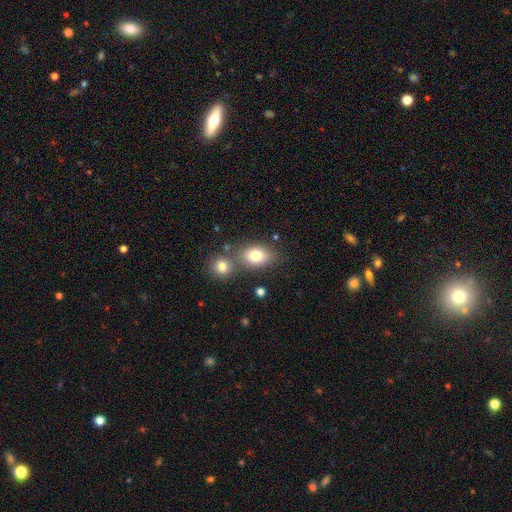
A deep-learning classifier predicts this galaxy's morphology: A smooth galaxy with no disk features (79%) that is in between round and cigar-shaped (75%).

Vote fractions:
- Smooth or featured? smooth: 79% / featured or disk: 12% / star or artifact: 9%
- How rounded? in between: 75% / round: 24% / cigar-shaped: 1%
- Merging? none: 56% / merger: 29% / minor disturbance: 11% / major disturbance: 4%